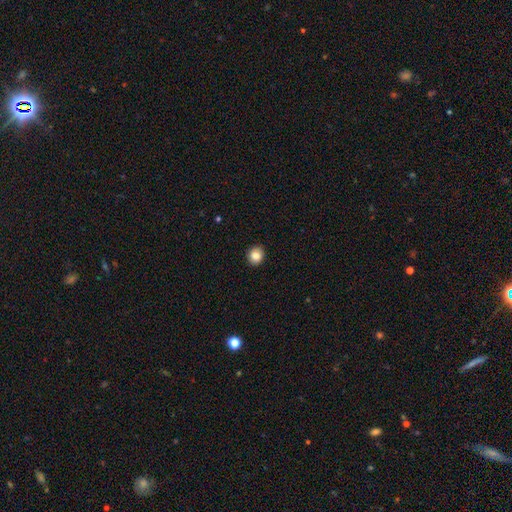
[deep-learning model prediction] A smooth galaxy with no disk features (85%) that is round (70%).

Vote fractions:
- Smooth or featured? smooth: 85% / star or artifact: 9% / featured or disk: 5%
- How rounded? round: 70% / in between: 29% / cigar-shaped: 1%
- Merging? none: 90% / minor disturbance: 8% / major disturbance: 2% / merger: 1%